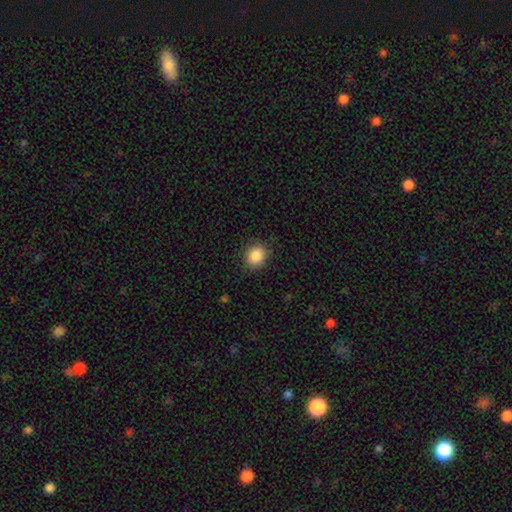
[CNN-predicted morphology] smooth 87%, star or artifact 9%, featured or disk 4%. Down the decision tree: how rounded — round (67%); merging — none (87%).